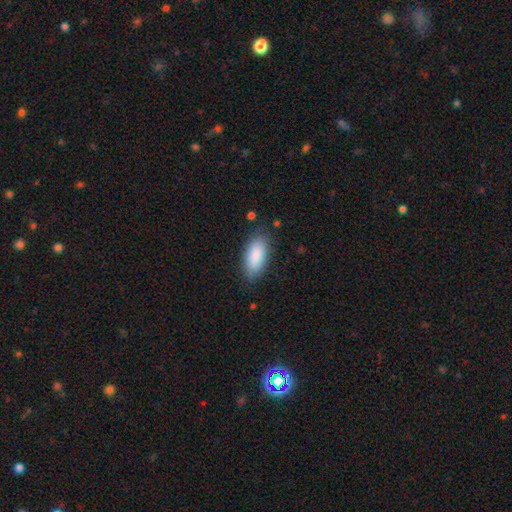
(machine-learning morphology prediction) This is clearly a smooth galaxy (88%). How rounded: clearly in between (87%). Merging: clearly none (82%).